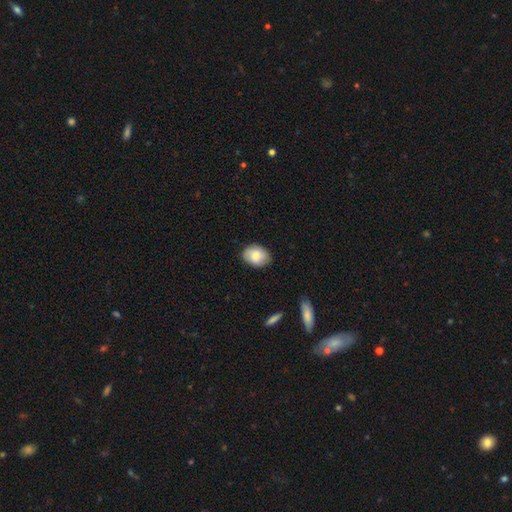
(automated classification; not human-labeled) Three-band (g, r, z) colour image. It shows a smooth galaxy with no disk features (80%) that is in between round and cigar-shaped (69%). Merging: none (83%).